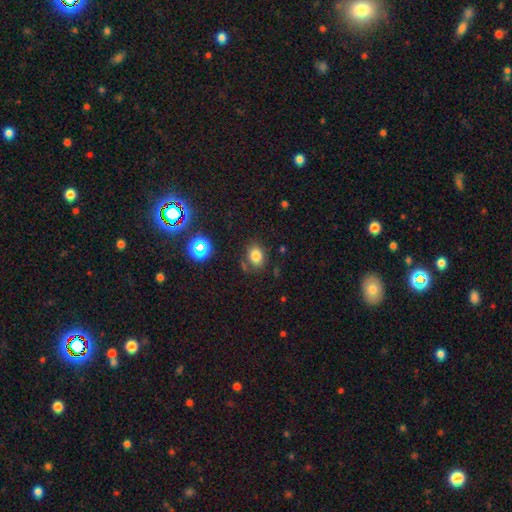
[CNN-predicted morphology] This appears to be a smooth galaxy with no disk features (77%) that is in between round and cigar-shaped (63%). Merging: none (76%).